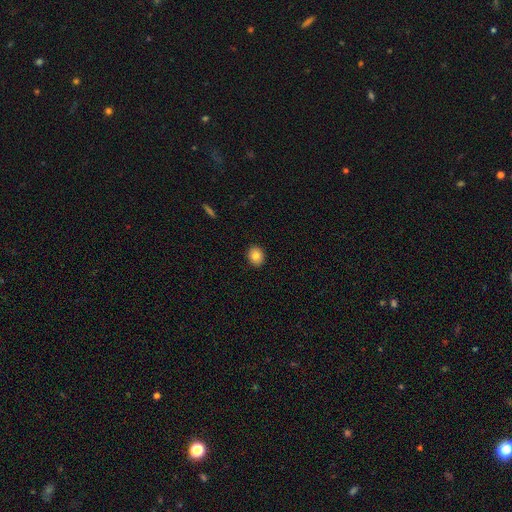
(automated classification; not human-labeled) This is clearly a smooth galaxy (84%). How rounded: likely round (66%). Merging: clearly none (91%).